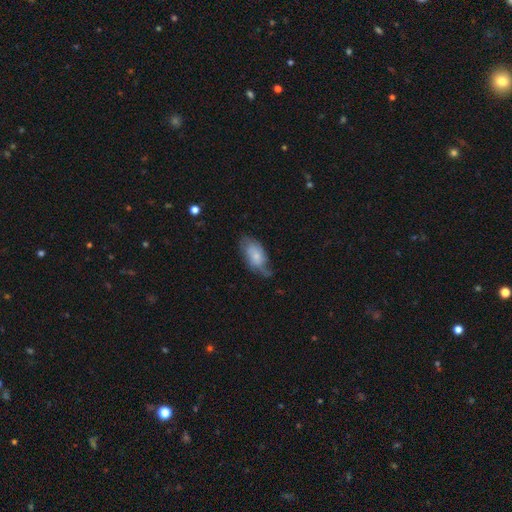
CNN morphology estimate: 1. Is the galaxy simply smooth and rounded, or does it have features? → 57% smooth, 36% featured or disk, 7% star or artifact.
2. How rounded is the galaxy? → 92% in between, 4% round, 4% cigar-shaped.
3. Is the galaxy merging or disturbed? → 44% none, 34% minor disturbance, 19% major disturbance, 2% merger.